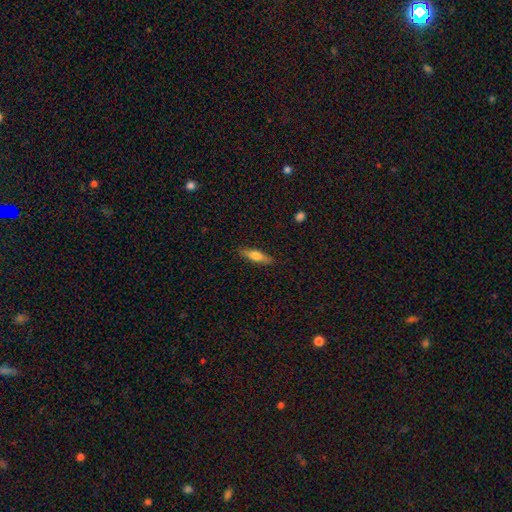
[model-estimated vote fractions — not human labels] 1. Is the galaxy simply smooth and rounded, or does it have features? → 63% smooth, 30% featured or disk, 6% star or artifact.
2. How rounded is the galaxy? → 69% cigar-shaped, 29% in between, 2% round.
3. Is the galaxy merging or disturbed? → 87% none, 10% minor disturbance, 2% major disturbance, 1% merger.